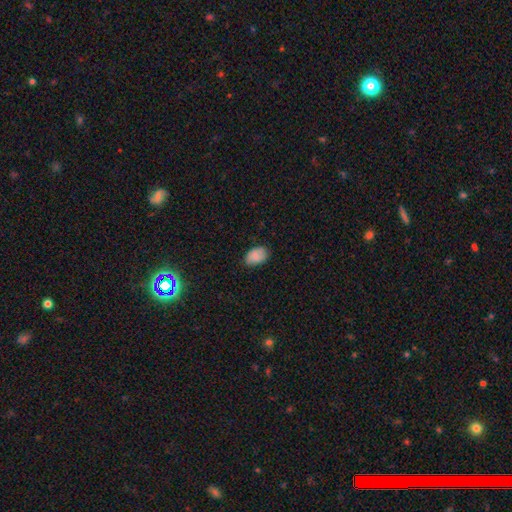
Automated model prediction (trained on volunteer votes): Smooth or featured? Predicted: smooth (p=0.80). How rounded? Predicted: in between (p=0.88). Merging? Predicted: none (p=0.75).